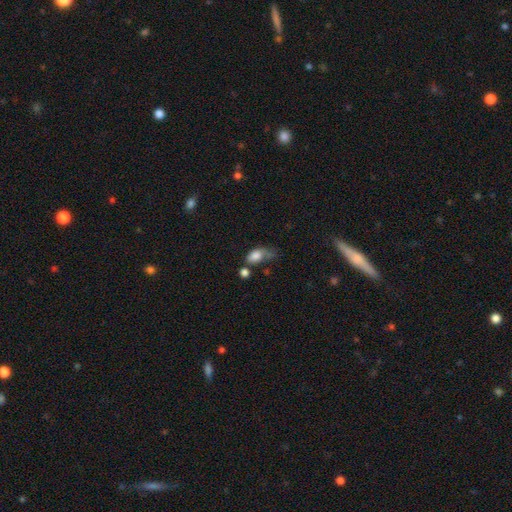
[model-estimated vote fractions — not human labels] This appears to be a smooth galaxy with no disk features (79%) that is in between round and cigar-shaped (84%). Merging: major disturbance (32%).